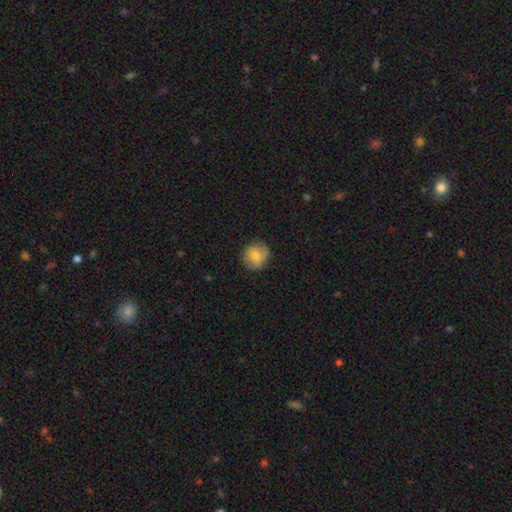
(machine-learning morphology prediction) A smooth galaxy with no disk features (73%) that is round (85%). Merging: none (76%).